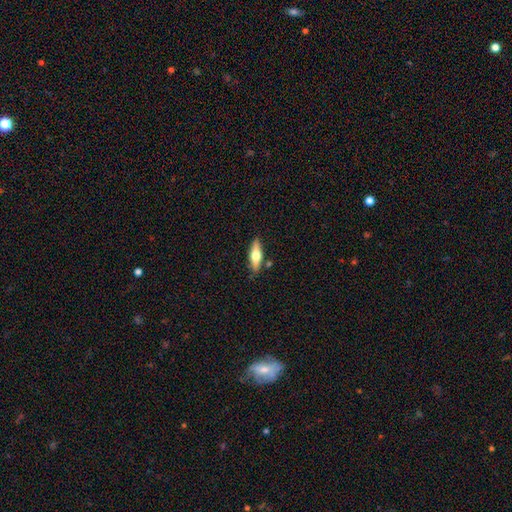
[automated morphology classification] type=smooth (48%); merging=none (81%).